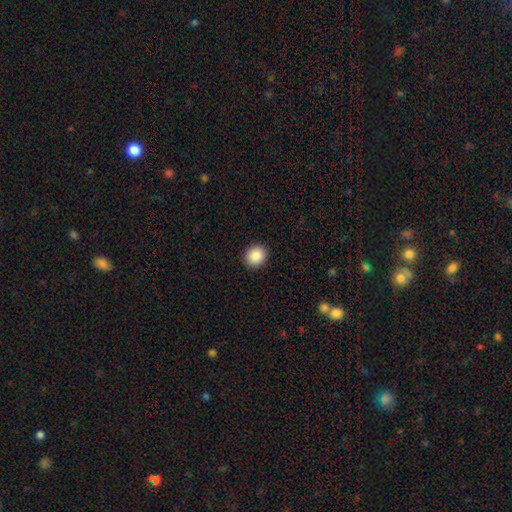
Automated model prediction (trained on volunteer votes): This appears to be a smooth galaxy with no disk features (89%) that is round (75%). Merging: none (92%).